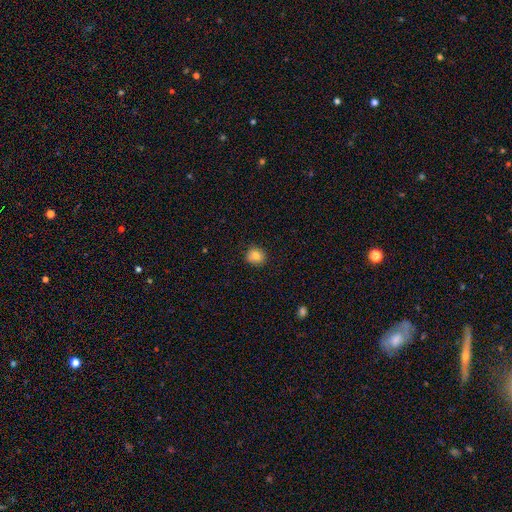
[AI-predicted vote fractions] Overall: smooth (81%). How rounded: round (82%). Merging: none (89%).